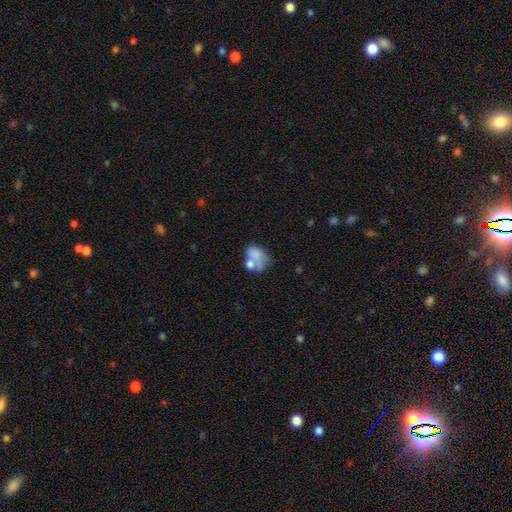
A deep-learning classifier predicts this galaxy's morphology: Overall: smooth (61%; featured or disk 28%). How rounded: in between (70%). Merging: merger (40%; none 25%).